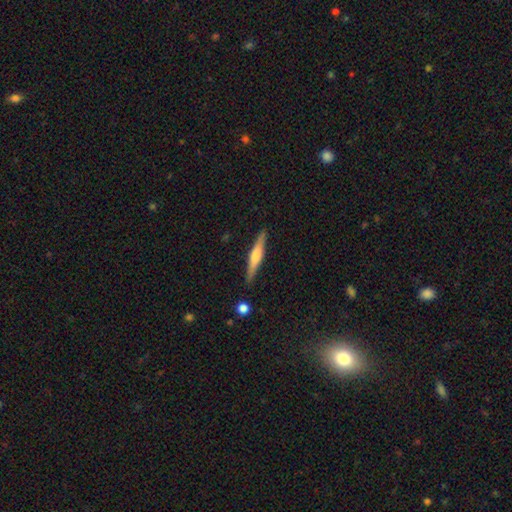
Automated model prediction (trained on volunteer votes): Smooth or featured: featured or disk — 60% (smooth — 35%)
Edge-on disk: yes — 97% (no — 3%)
Edge-on bulge: rounded — 71% (boxy — 19%)
Merging: none — 90% (minor disturbance — 7%)